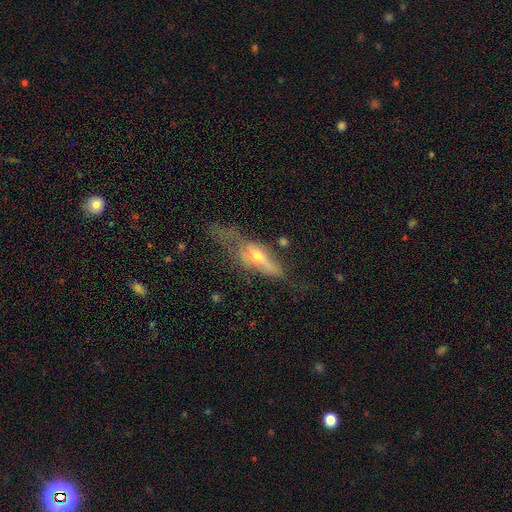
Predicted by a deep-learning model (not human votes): This is possibly a featured or disk galaxy (56%). It is possibly viewed edge-on (58%). Merging: marginally major disturbance (42%).